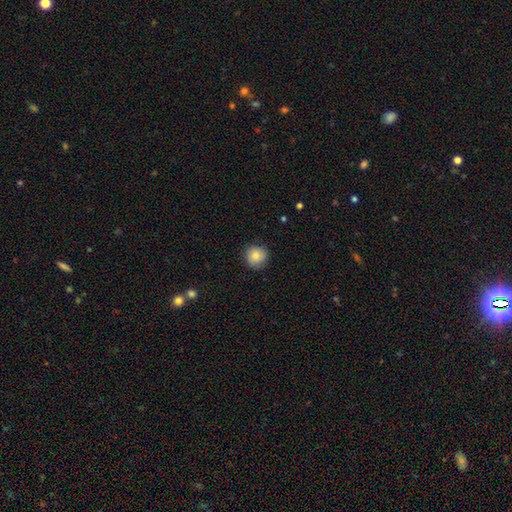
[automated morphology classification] Smooth or featured?
  - smooth: 82% *
  - featured or disk: 9%
  - star or artifact: 9%
How rounded?
  - round: 93% *
  - in between: 6%
  - cigar-shaped: 1%
Merging?
  - none: 85% *
  - minor disturbance: 11%
  - major disturbance: 2%
  - merger: 1%